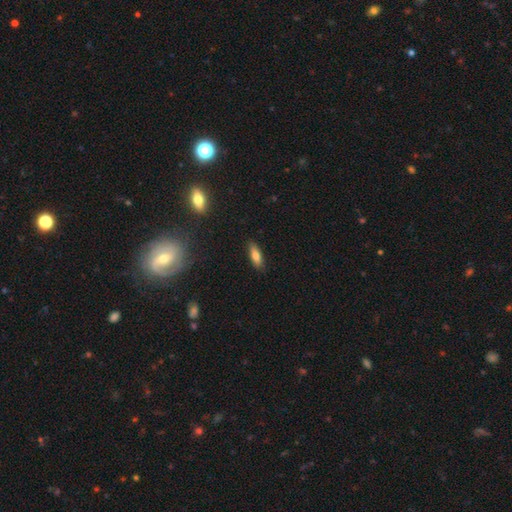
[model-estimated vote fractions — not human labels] A smooth galaxy with no disk features (78%) that is in between round and cigar-shaped (62%). Merging: none (85%).